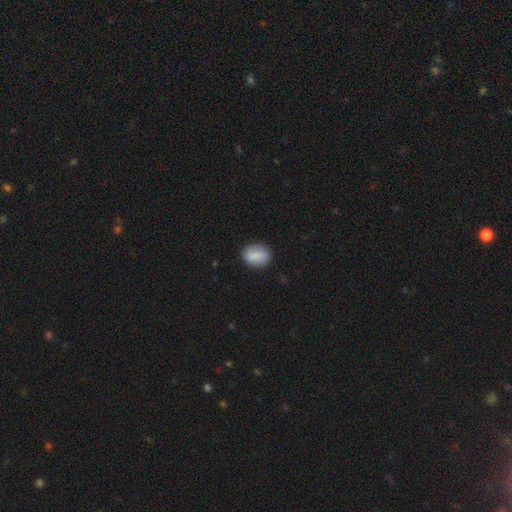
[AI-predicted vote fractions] Q: Smooth or featured?
A: smooth (84%); runner-up: featured or disk (9%)
Q: How rounded?
A: in between (60%); runner-up: round (39%)
Q: Merging?
A: none (85%); runner-up: minor disturbance (11%)